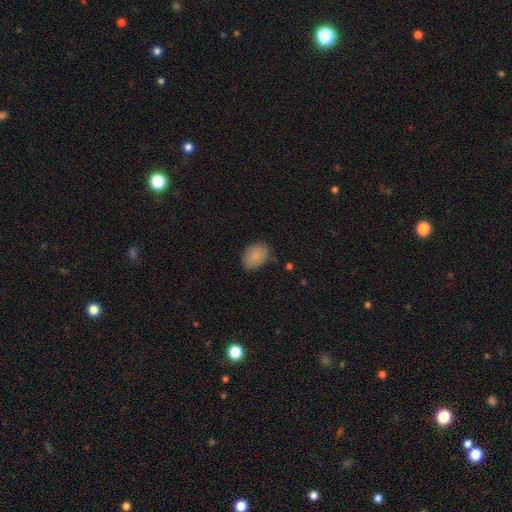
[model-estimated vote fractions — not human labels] A smooth galaxy with no disk features (83%) that is in between round and cigar-shaped (82%).

Vote fractions:
- Smooth or featured? smooth: 83% / featured or disk: 9% / star or artifact: 7%
- How rounded? in between: 82% / round: 17% / cigar-shaped: 1%
- Merging? none: 78% / minor disturbance: 17% / major disturbance: 3% / merger: 1%